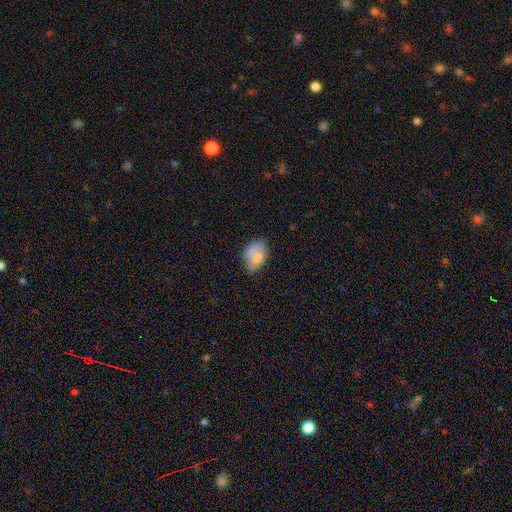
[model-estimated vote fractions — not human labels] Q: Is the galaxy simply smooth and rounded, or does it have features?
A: smooth — 69%.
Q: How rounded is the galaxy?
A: in between — 87%.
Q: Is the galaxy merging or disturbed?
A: none — 46%.